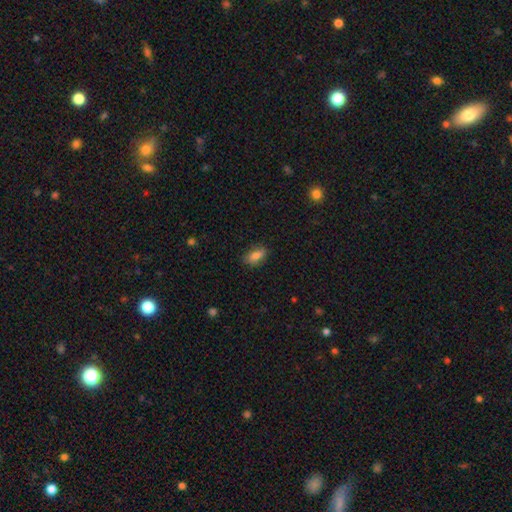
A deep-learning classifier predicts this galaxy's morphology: Smooth or featured: smooth — 78% (featured or disk — 13%)
How rounded: in between — 84% (cigar-shaped — 10%)
Merging: none — 78% (minor disturbance — 17%)